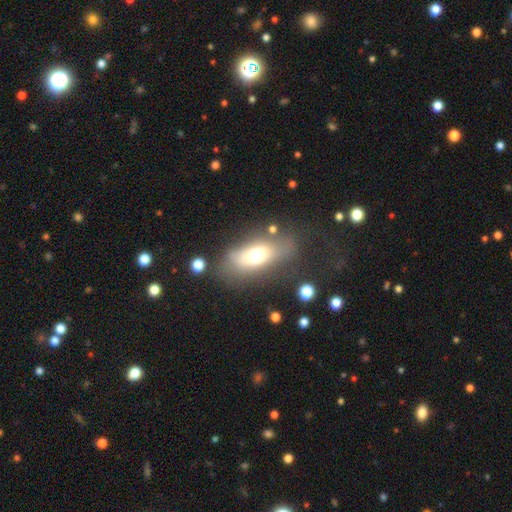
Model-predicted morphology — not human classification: smooth_or_featured: smooth (p=0.62) [alt: featured or disk p=0.24]
how_rounded: in between (p=0.76) [alt: round p=0.15]
merging: none (p=0.59) [alt: minor disturbance p=0.19]